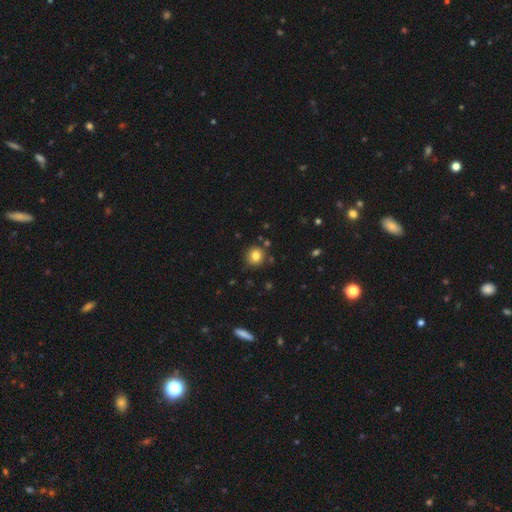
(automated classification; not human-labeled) smooth_or_featured: smooth (p=0.82) [alt: star or artifact p=0.11]
how_rounded: round (p=0.90) [alt: in between p=0.09]
merging: none (p=0.85) [alt: minor disturbance p=0.09]